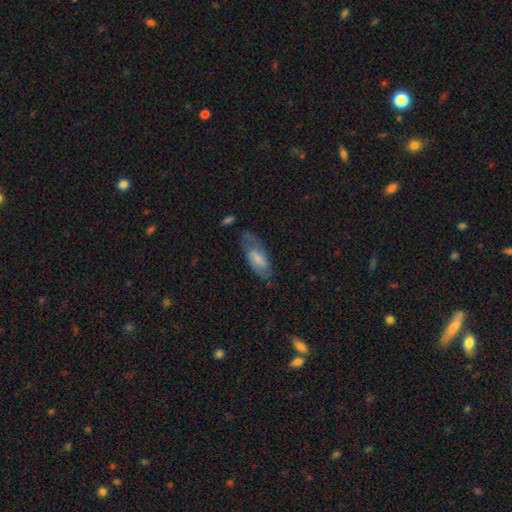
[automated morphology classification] A featured or disk galaxy (59%) with a weak bar (48%), spiral arms (84%) and a small central bulge (41%).

Vote fractions:
- Smooth or featured? featured or disk: 59% / smooth: 32% / star or artifact: 9%
- Edge-on disk? no: 88% / yes: 12%
- Bar? weak: 48% / no: 33% / strong: 19%
- Spiral arms? yes: 84% / no: 16%
- Bulge size? small: 41% / moderate: 32% / none: 17% / large: 9% / dominant: 2%
- Merging? none: 72% / minor disturbance: 19% / major disturbance: 8% / merger: 2%